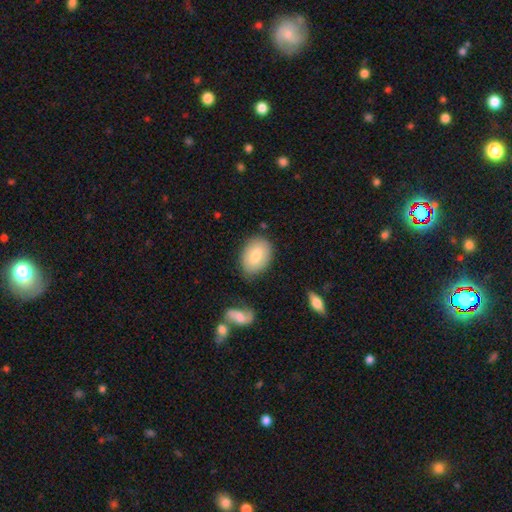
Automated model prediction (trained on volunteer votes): Q: Smooth or featured?
A: smooth (77%); runner-up: featured or disk (17%)
Q: How rounded?
A: in between (85%); runner-up: round (14%)
Q: Merging?
A: none (77%); runner-up: minor disturbance (15%)